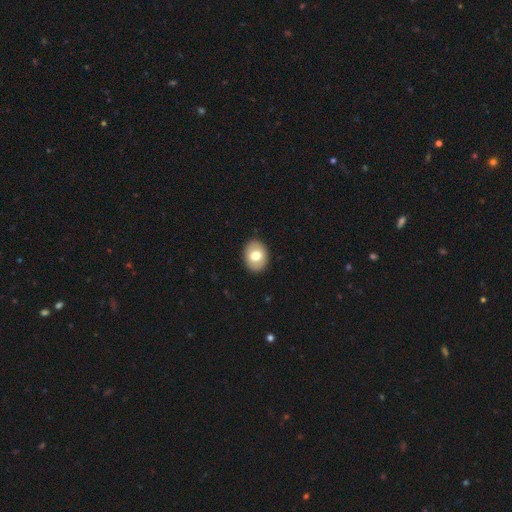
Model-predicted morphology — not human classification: This appears to be a smooth galaxy with no disk features (71%) that is in between round and cigar-shaped (62%). Merging: none (89%).